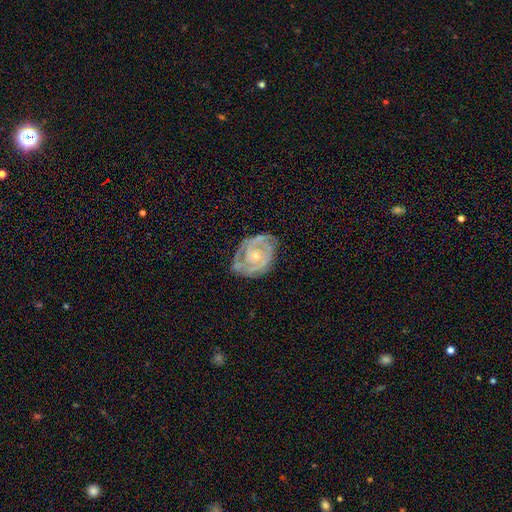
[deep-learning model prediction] This is clearly a featured or disk galaxy (88%). It is clearly not viewed edge-on (97%). Bar: likely no (75%). Spiral arm pattern: clearly yes (96%). Spiral arm count: possibly 2 (58%). Spiral winding: likely tight (69%). Central bulge: likely small (67%). Merging: likely none (67%).